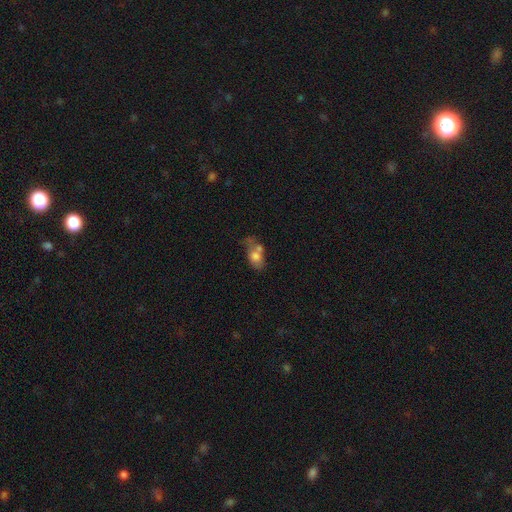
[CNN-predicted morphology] Smooth or featured? Predicted: smooth (p=0.66). How rounded? Predicted: in between (p=0.76). Merging? Predicted: merger (p=0.45).